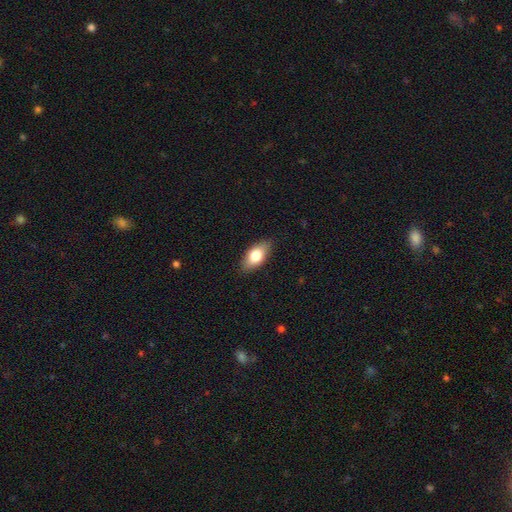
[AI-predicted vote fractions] smooth 77%, featured or disk 16%, star or artifact 7%. Down the decision tree: how rounded — in between (89%); merging — none (84%).